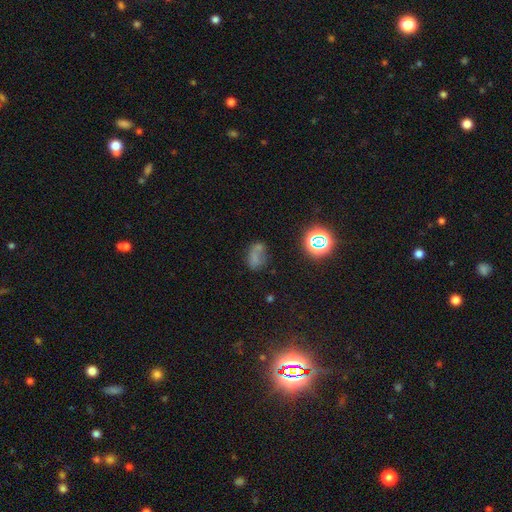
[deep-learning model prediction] A smooth galaxy with no disk features (54%) that is in between round and cigar-shaped (73%).

Vote fractions:
- Smooth or featured? smooth: 54% / star or artifact: 25% / featured or disk: 21%
- How rounded? in between: 73% / round: 24% / cigar-shaped: 3%
- Merging? none: 40% / minor disturbance: 21% / merger: 21% / major disturbance: 18%